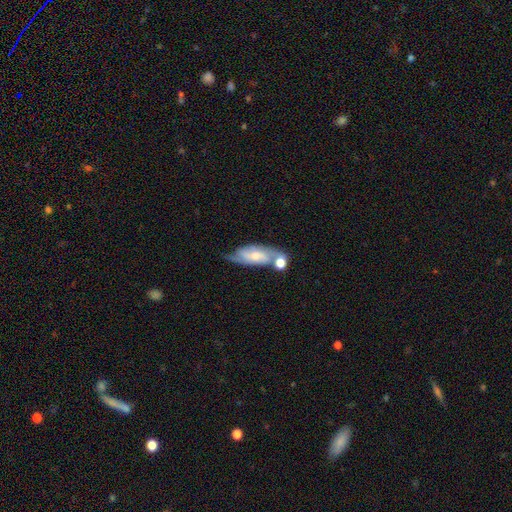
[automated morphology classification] This appears to be a featured or disk galaxy (61%) with no bar (55%), spiral arms (86%) and a small central bulge (47%). Merging: none (42%).